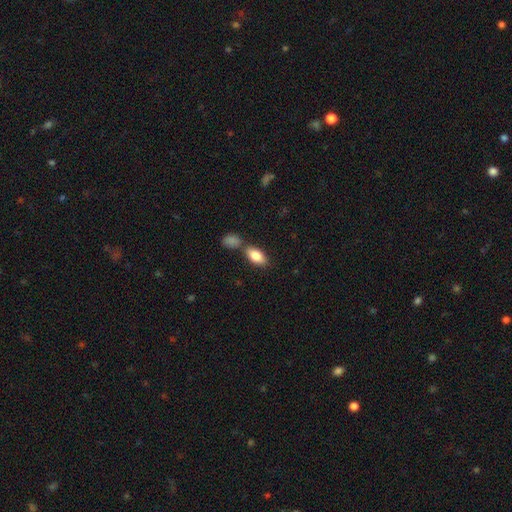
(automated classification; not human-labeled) smooth 84%, featured or disk 10%, star or artifact 6%. Down the decision tree: how rounded — in between (90%); merging — none (62%).